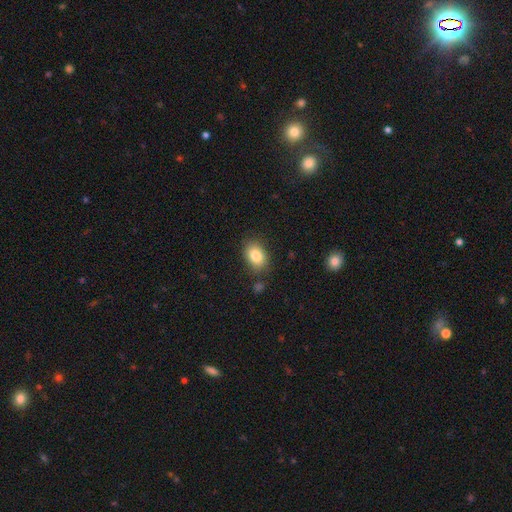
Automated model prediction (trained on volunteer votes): The model was most divided on "how rounded": in between: 79%, round: 20%, cigar-shaped: 1%. More confident: smooth or featured — smooth (84%); merging — none (80%).